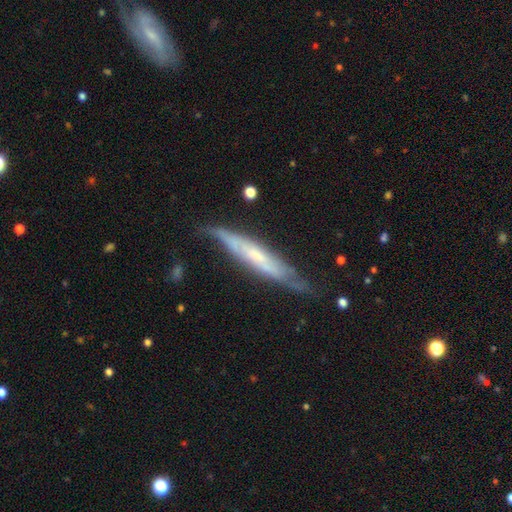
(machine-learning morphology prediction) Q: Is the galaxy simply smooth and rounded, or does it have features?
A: featured or disk — 68%.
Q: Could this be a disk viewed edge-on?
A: yes — 68%.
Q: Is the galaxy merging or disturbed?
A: none — 63%.